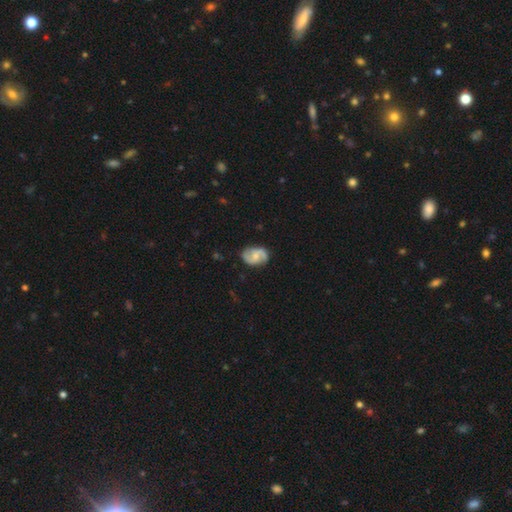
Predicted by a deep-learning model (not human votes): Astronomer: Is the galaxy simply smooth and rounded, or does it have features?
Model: featured or disk — 77%.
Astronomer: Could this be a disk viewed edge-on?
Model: no — 98%.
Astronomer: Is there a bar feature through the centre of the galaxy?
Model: no — 47% (runner-up: weak, 44%).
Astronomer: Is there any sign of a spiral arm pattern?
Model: yes — 94%.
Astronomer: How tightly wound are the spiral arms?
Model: medium — 49% (runner-up: loose, 30%).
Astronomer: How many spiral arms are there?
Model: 2 — 91%.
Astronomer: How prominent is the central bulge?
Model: moderate — 45%, tied with small at 45%.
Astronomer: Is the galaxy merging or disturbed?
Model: none — 80%.